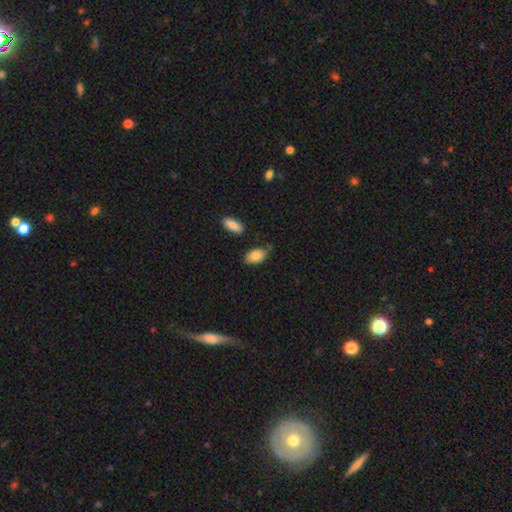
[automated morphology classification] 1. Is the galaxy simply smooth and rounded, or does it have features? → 84% smooth, 9% featured or disk, 7% star or artifact.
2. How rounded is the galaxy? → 93% in between, 5% round, 2% cigar-shaped.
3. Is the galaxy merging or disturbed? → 67% none, 24% minor disturbance, 5% major disturbance, 4% merger.